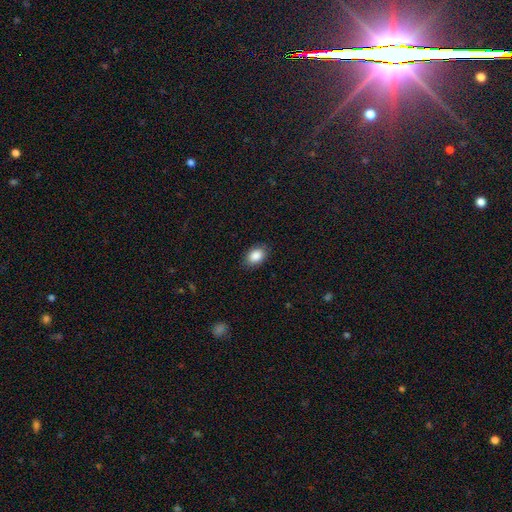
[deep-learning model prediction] This is clearly a smooth galaxy (87%). How rounded: clearly in between (83%). Merging: clearly none (86%).